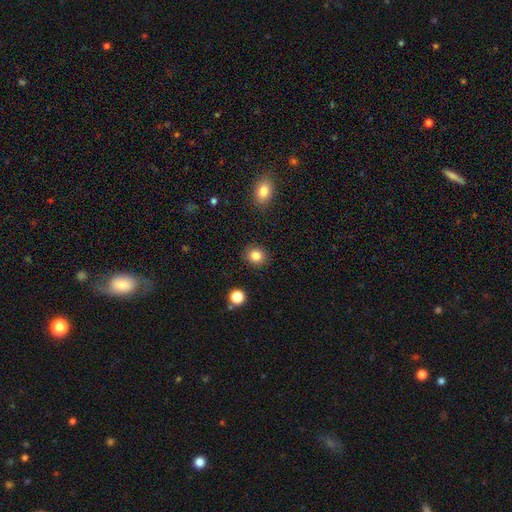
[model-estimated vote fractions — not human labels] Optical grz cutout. It shows a smooth galaxy with no disk features (84%) that is round (79%). Merging: none (90%).